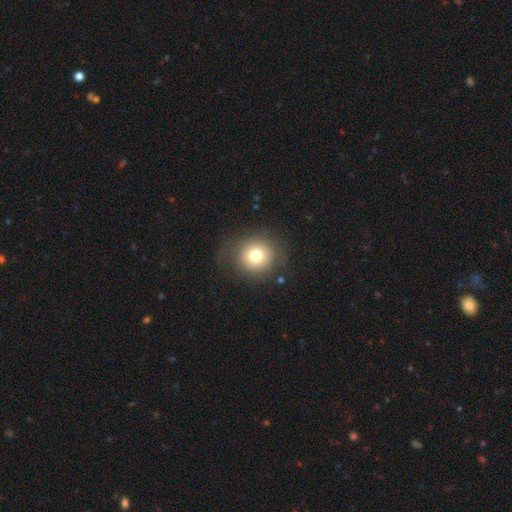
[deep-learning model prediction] smooth_or_featured: smooth (p=0.75) [alt: featured or disk p=0.14]
how_rounded: round (p=0.91) [alt: in between p=0.08]
merging: none (p=0.78) [alt: minor disturbance p=0.13]